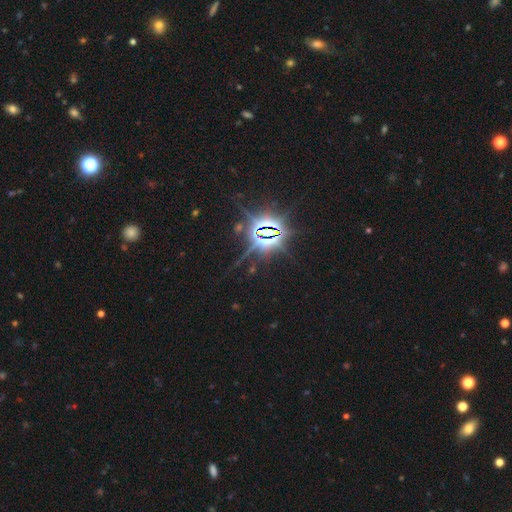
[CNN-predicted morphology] type=star or artifact (86%).